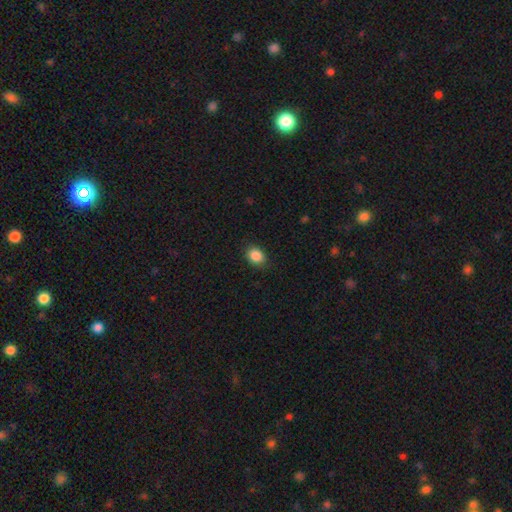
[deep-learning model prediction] Morphology: type=smooth (87%); roundness=in between (57%); merging=none (84%).